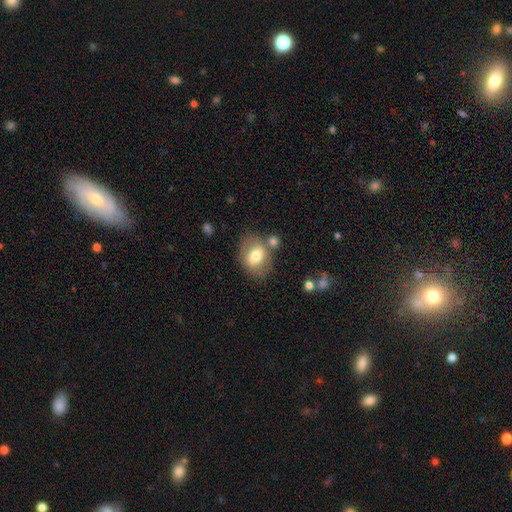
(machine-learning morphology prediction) smooth-or-featured: smooth: 69% | featured or disk: 24% | star or artifact: 8%
  how-rounded: in between: 59% | round: 40% | cigar-shaped: 1%
  merging: none: 62% | merger: 16% | minor disturbance: 16% | major disturbance: 6%